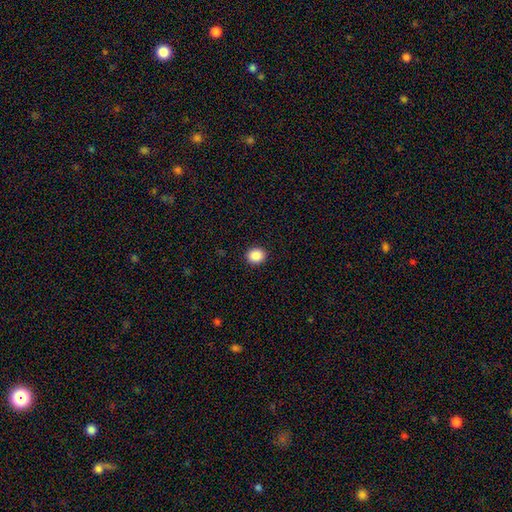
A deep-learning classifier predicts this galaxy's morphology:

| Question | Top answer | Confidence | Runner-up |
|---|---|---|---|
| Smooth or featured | smooth | 88% | star or artifact (9%) |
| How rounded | round | 74% | in between (25%) |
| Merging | none | 91% | minor disturbance (6%) |